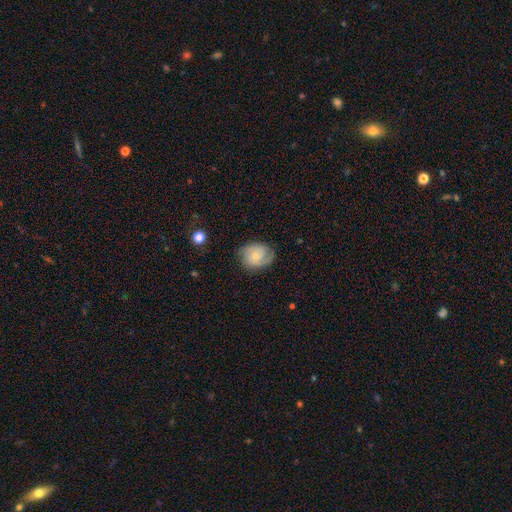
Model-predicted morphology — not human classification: smooth-or-featured: featured or disk: 64% | smooth: 29% | star or artifact: 7%
  disk-edge-on: no: 97% | yes: 3%
    bar: no: 74% | weak: 23% | strong: 3%
    has-spiral-arms: yes: 90% | no: 10%
      spiral-winding: tight: 58% | medium: 32% | loose: 11%
      spiral-arm-count: 2: 51% | can't tell: 21% | 1: 19% | 3: 6% | 4: 2% | more than 4: 2%
    bulge-size: small: 60% | moderate: 34% | none: 3% | large: 2% | dominant: 1%
  merging: none: 71% | minor disturbance: 20% | major disturbance: 7% | merger: 1%